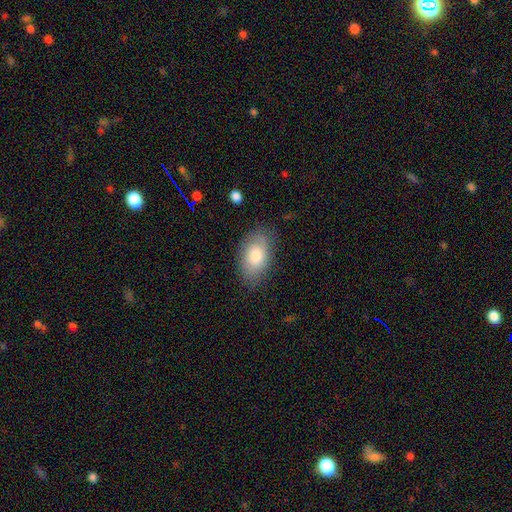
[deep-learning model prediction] Overall: smooth (73%). How rounded: in between (92%). Merging: none (78%).